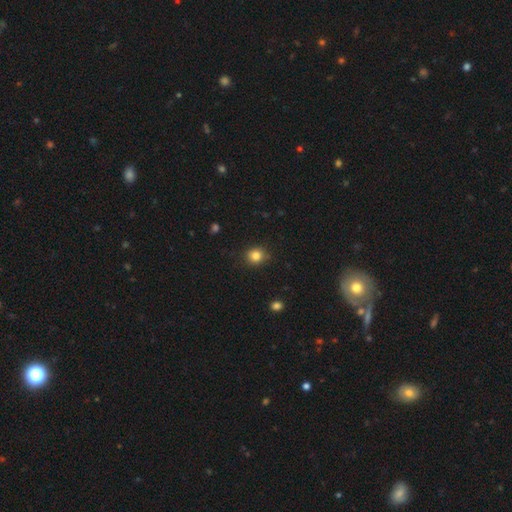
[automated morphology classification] smooth-or-featured: smooth: 84% | star or artifact: 11% | featured or disk: 5%
  how-rounded: round: 85% | in between: 14% | cigar-shaped: 1%
  merging: none: 87% | minor disturbance: 10% | major disturbance: 2% | merger: 1%